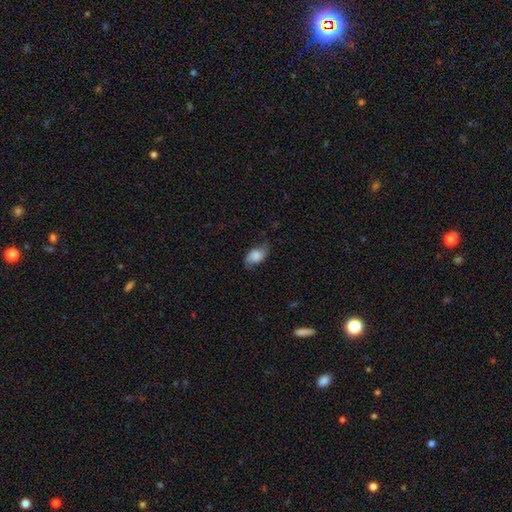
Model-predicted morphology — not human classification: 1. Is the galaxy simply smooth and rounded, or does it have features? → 69% smooth, 23% featured or disk, 8% star or artifact.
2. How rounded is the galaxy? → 87% in between, 10% round, 3% cigar-shaped.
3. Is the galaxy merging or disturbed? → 63% none, 27% minor disturbance, 9% major disturbance, 1% merger.